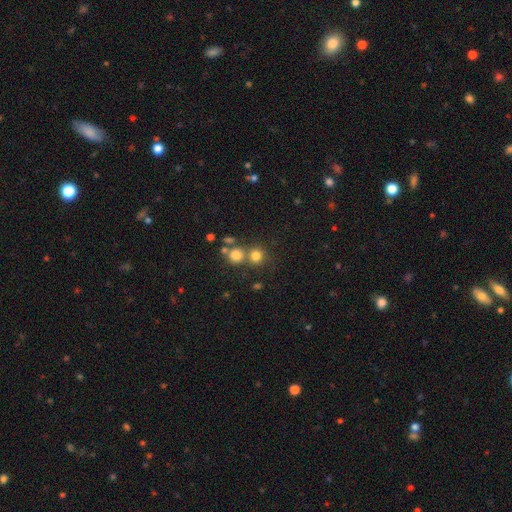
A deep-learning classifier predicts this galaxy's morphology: This appears to be a smooth galaxy with no disk features (77%) that is round (89%). Merging: none (61%).